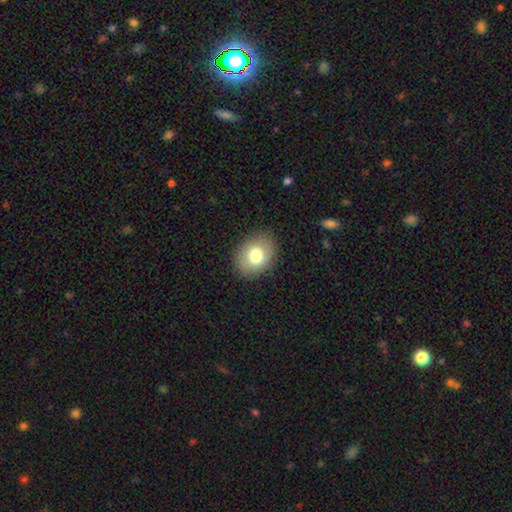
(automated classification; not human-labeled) smooth-or-featured: smooth: 76% | featured or disk: 16% | star or artifact: 8%
  how-rounded: in between: 63% | round: 36% | cigar-shaped: 1%
  merging: none: 86% | minor disturbance: 10% | major disturbance: 3% | merger: 1%